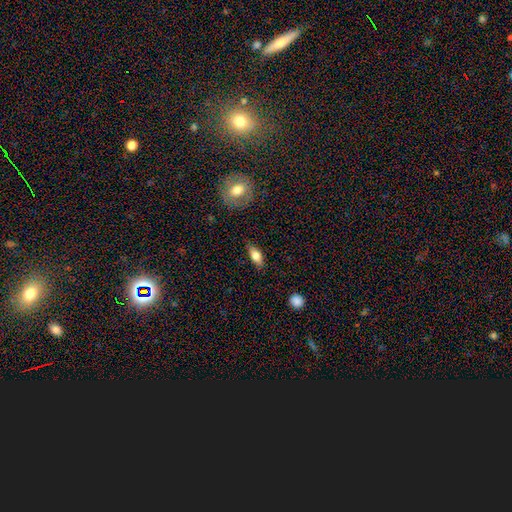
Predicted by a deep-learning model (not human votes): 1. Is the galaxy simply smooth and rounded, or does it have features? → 73% smooth, 19% featured or disk, 7% star or artifact.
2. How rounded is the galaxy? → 81% in between, 15% cigar-shaped, 4% round.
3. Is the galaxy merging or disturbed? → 84% none, 12% minor disturbance, 3% major disturbance, 1% merger.